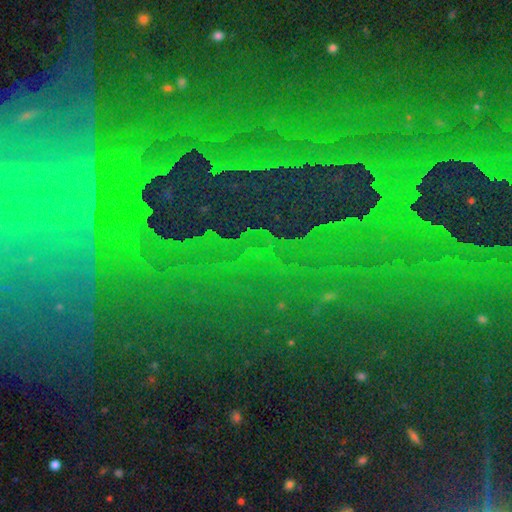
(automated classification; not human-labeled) A star or artifact, not a galaxy (85%).

Vote fractions:
- Smooth or featured? star or artifact: 85% / featured or disk: 8% / smooth: 7%